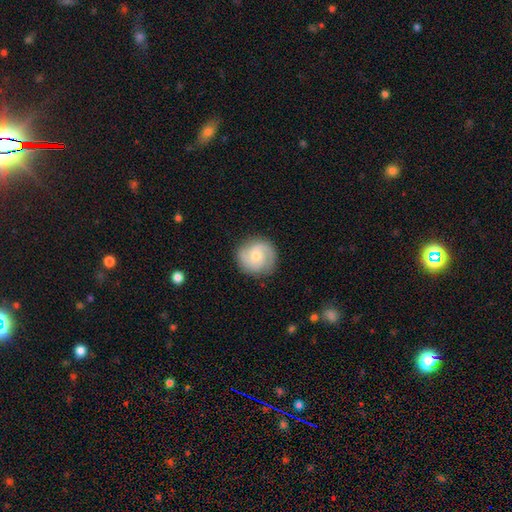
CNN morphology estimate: Smooth or featured? featured or disk (82%)
Edge-on disk? no (98%)
Bar? no (65%)
Spiral arms? yes (97%)
Spiral winding? tight (49%)
Spiral arm count? 2 (72%)
Bulge size? small (60%)
Merging? none (86%)